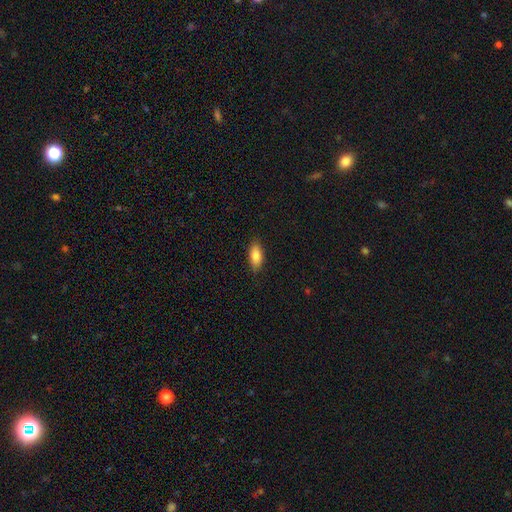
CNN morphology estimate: smooth 85%, featured or disk 9%, star or artifact 7%. Down the decision tree: how rounded — in between (84%); merging — none (86%).